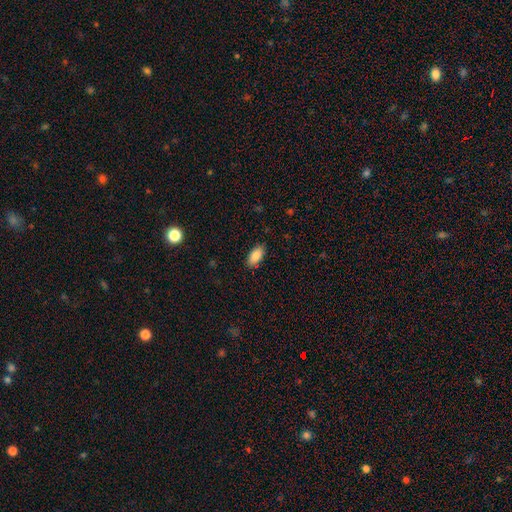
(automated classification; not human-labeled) Overall: smooth (87%). How rounded: in between (92%). Merging: none (87%).